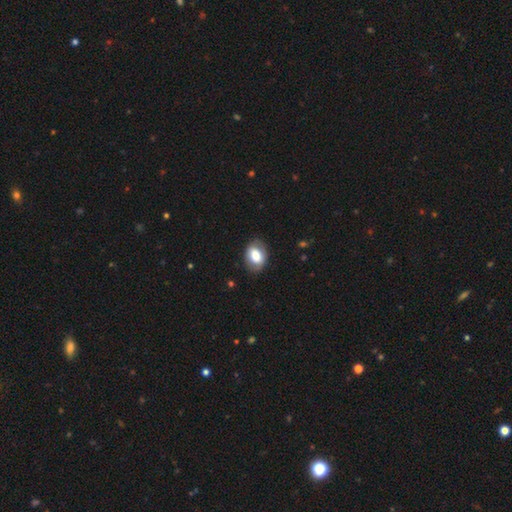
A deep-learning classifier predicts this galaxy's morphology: Q: Smooth or featured?
A: smooth (74%); runner-up: featured or disk (19%)
Q: How rounded?
A: in between (76%); runner-up: round (23%)
Q: Merging?
A: none (82%); runner-up: minor disturbance (13%)